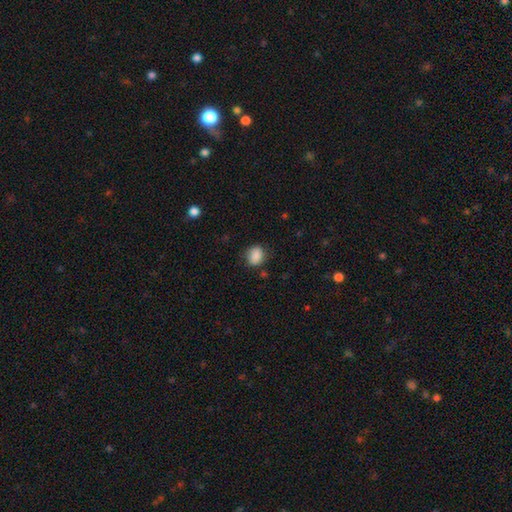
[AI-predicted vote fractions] The model was most divided on "how rounded": round: 53%, in between: 46%, cigar-shaped: 1%. More confident: smooth or featured — smooth (87%); merging — none (75%).